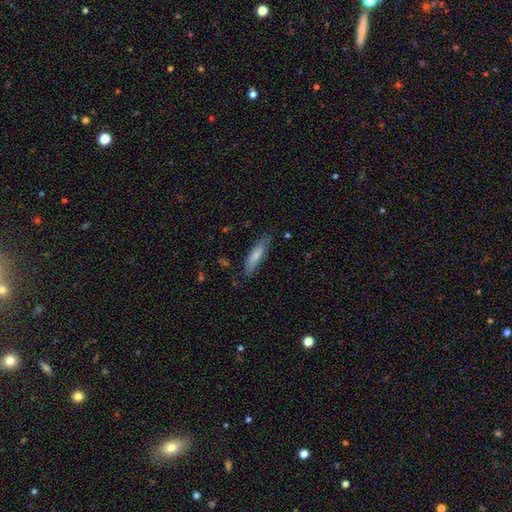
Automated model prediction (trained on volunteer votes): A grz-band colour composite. It shows a smooth galaxy with no disk features (71%) that is cigar-shaped (72%). Merging: none (75%).